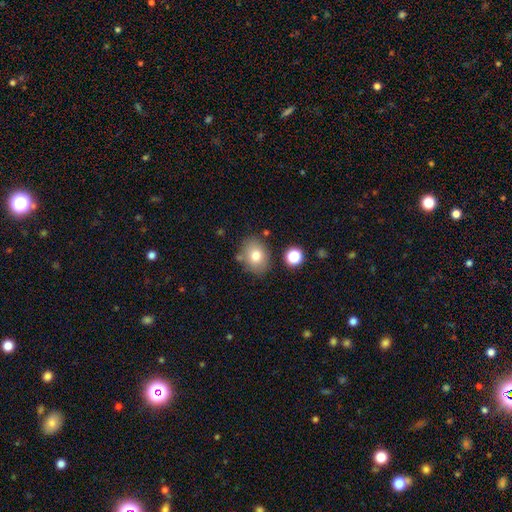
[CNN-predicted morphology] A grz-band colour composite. It shows a smooth galaxy with no disk features (77%) that is in between round and cigar-shaped (56%). Merging: none (76%).